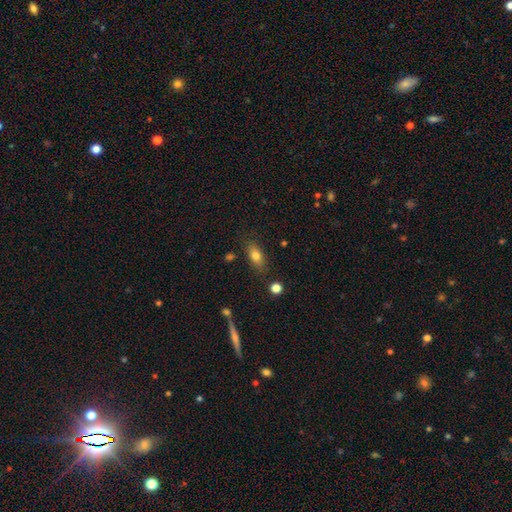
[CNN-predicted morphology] This is likely a smooth galaxy (79%). How rounded: clearly in between (82%). Merging: likely none (80%).